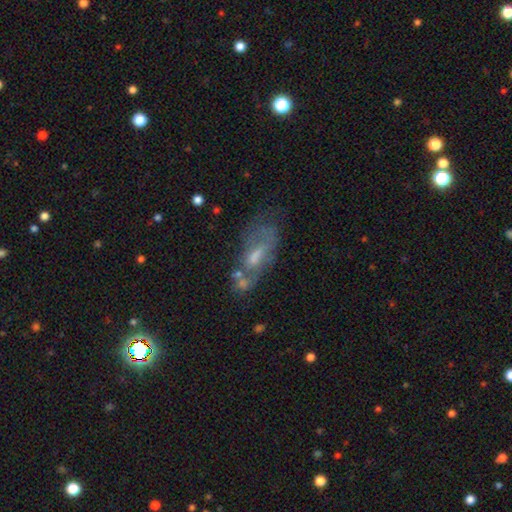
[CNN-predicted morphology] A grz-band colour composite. It shows a featured or disk galaxy (53%). Merging: none (42%).